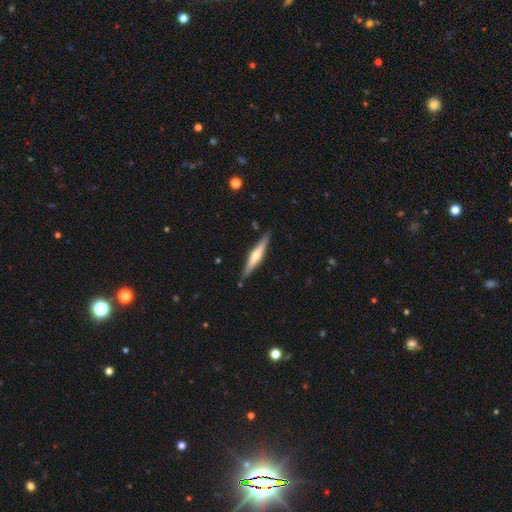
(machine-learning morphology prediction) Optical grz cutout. It shows a featured or disk galaxy (59%) viewed edge-on (96%) with a rounded central bulge (82%). Merging: none (86%).